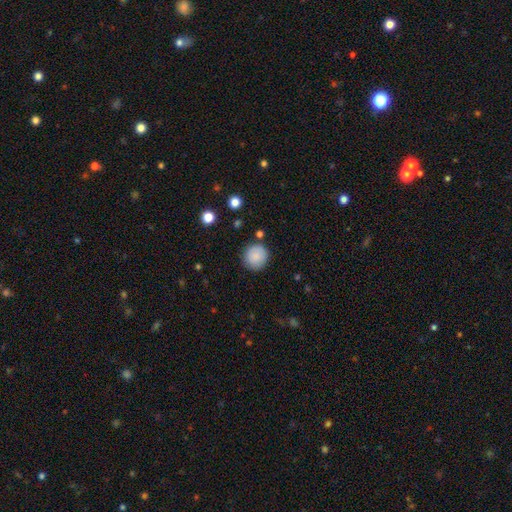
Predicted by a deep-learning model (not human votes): A smooth galaxy with no disk features (85%) that is round (92%).

Vote fractions:
- Smooth or featured? smooth: 85% / star or artifact: 8% / featured or disk: 7%
- How rounded? round: 92% / in between: 7% / cigar-shaped: 1%
- Merging? none: 86% / minor disturbance: 10% / major disturbance: 3% / merger: 2%